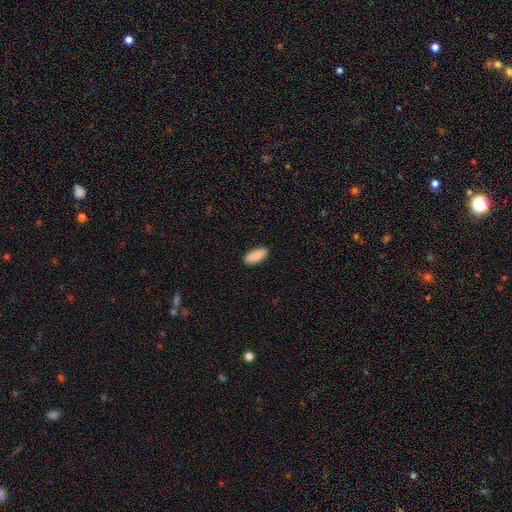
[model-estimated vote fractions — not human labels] smooth 89%, star or artifact 6%, featured or disk 5%. Down the decision tree: how rounded — in between (77%); merging — none (89%).